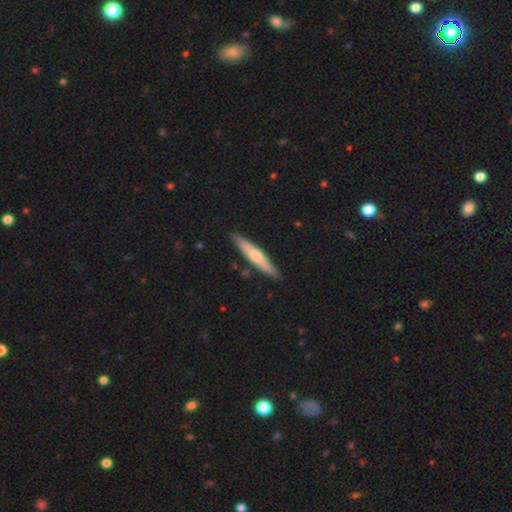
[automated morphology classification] Smooth or featured? smooth (56%)
How rounded? cigar-shaped (91%)
Merging? none (88%)